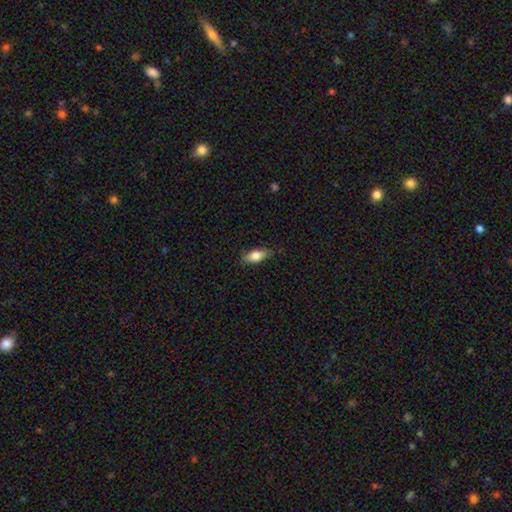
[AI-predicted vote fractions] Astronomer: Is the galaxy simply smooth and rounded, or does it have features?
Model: smooth — 78%.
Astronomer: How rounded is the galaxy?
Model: in between — 77%.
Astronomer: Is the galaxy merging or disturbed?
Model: none — 82%.